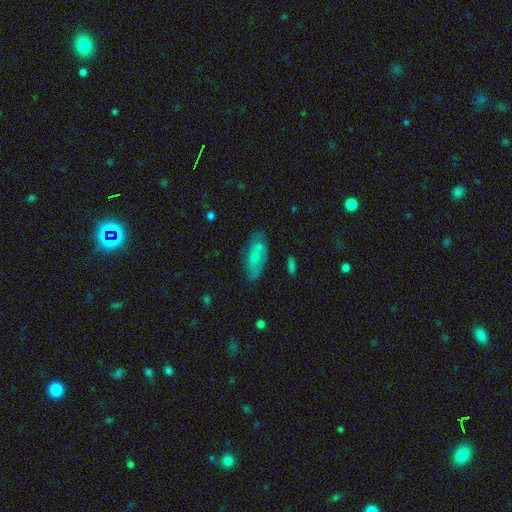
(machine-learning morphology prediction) This appears to be a smooth galaxy with no disk features (59%) that is in between round and cigar-shaped (77%). Merging: none (66%).